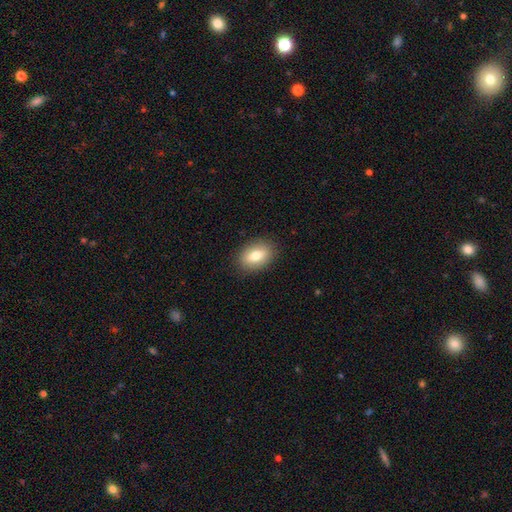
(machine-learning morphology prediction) A smooth galaxy with no disk features (78%) that is in between round and cigar-shaped (84%). Merging: none (88%).